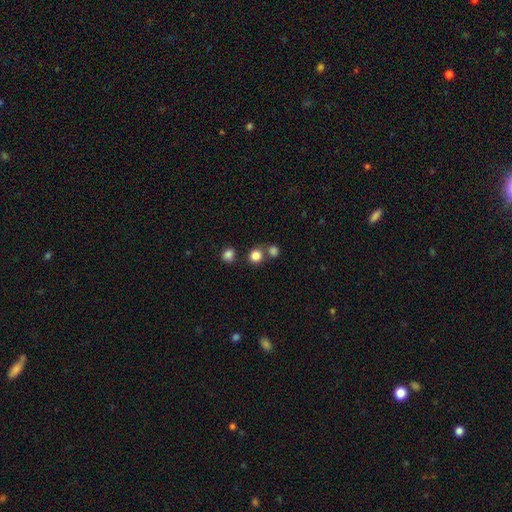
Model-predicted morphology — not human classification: smooth-or-featured: smooth: 82% | star or artifact: 13% | featured or disk: 5%
  how-rounded: round: 86% | in between: 13% | cigar-shaped: 1%
  merging: none: 67% | merger: 22% | minor disturbance: 8% | major disturbance: 3%